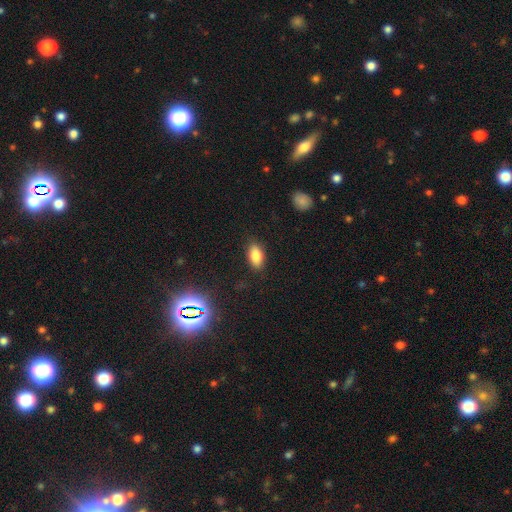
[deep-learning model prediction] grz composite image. It shows a smooth galaxy with no disk features (82%) that is in between round and cigar-shaped (90%). Merging: none (86%).